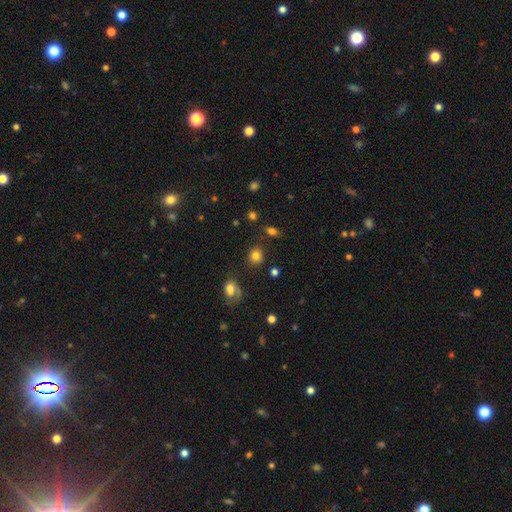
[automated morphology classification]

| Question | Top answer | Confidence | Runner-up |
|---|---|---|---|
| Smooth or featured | smooth | 80% | star or artifact (12%) |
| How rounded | round | 76% | in between (23%) |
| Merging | none | 78% | minor disturbance (12%) |